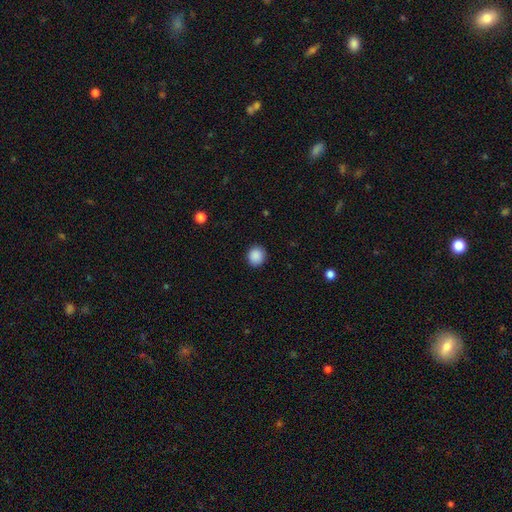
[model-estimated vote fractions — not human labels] smooth 89%, star or artifact 9%, featured or disk 2%. Down the decision tree: how rounded — round (88%); merging — none (91%).